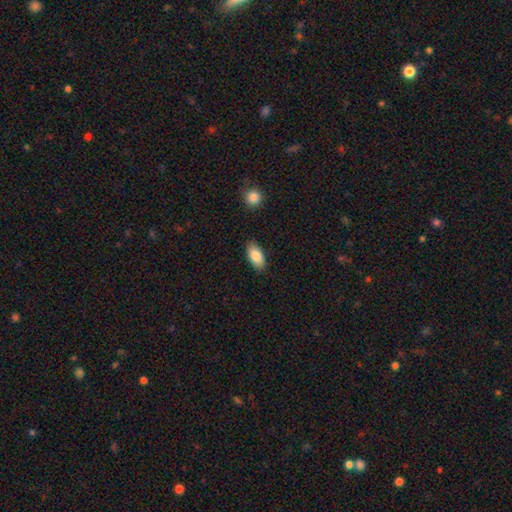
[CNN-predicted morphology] smooth-or-featured: smooth: 85% | featured or disk: 8% | star or artifact: 7%
  how-rounded: in between: 92% | cigar-shaped: 5% | round: 3%
  merging: none: 87% | minor disturbance: 10% | major disturbance: 2% | merger: 2%